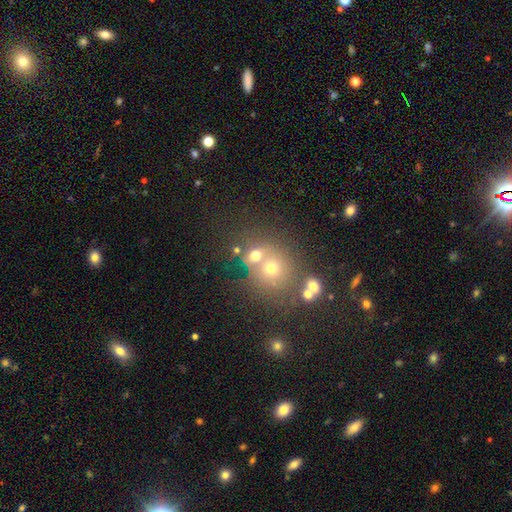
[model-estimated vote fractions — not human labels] A smooth galaxy with no disk features (63%) that is round (77%). Merging: none (44%).